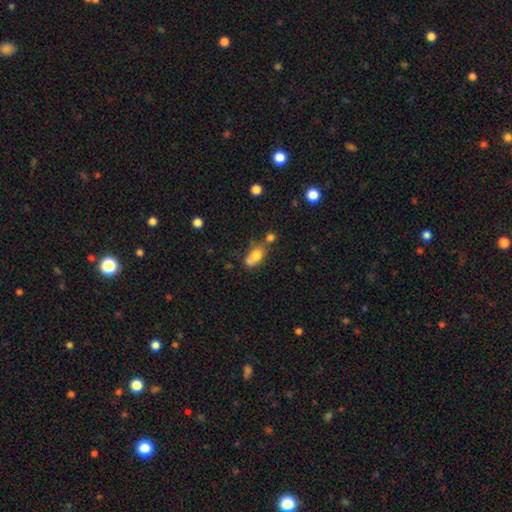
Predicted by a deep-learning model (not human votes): Smooth or featured: smooth — 74% (featured or disk — 16%)
How rounded: in between — 74% (round — 21%)
Merging: none — 36% (tied with merger — 36%)